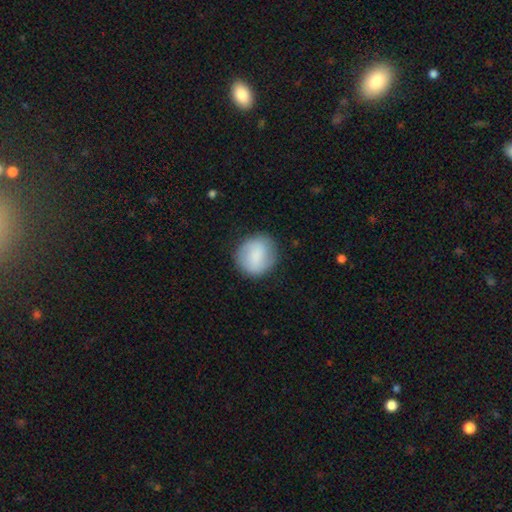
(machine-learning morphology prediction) The model was most divided on "smooth or featured": smooth: 72%, featured or disk: 21%, star or artifact: 7%. More confident: how rounded — round (85%); merging — none (84%).